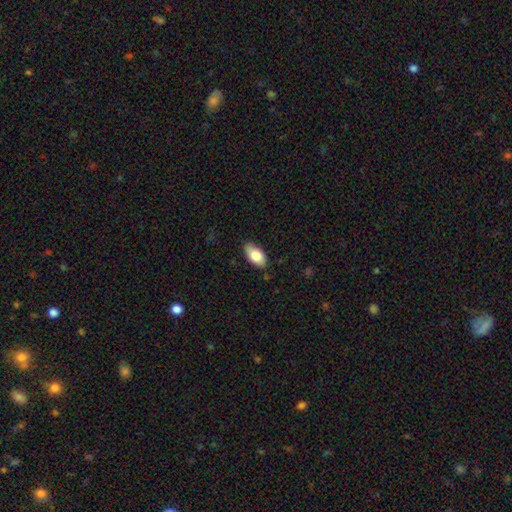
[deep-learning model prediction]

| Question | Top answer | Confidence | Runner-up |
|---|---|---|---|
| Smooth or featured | smooth | 82% | featured or disk (12%) |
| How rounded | in between | 93% | round (4%) |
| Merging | none | 81% | minor disturbance (15%) |